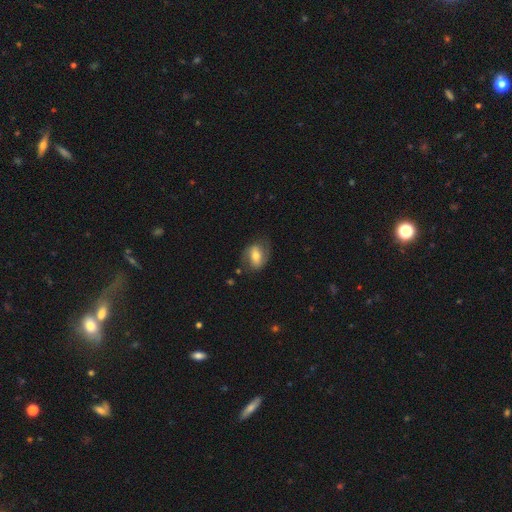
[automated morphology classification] A smooth galaxy with no disk features (49%). Merging: none (69%).